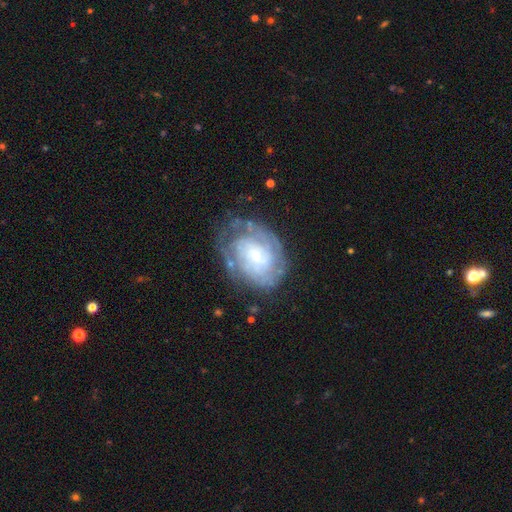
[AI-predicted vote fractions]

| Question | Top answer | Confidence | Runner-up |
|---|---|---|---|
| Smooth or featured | featured or disk | 76% | smooth (17%) |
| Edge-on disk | no | 97% | yes (3%) |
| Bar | no | 65% | weak (29%) |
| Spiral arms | yes | 84% | no (16%) |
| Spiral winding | tight | 68% | medium (25%) |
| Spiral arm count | can't tell | 54% | 2 (19%) |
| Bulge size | small | 57% | moderate (30%) |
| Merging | none | 64% | minor disturbance (22%) |